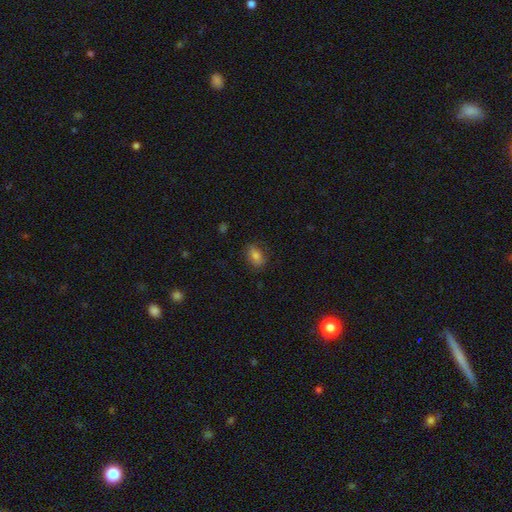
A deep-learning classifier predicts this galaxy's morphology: The model was most divided on "how rounded": in between: 79%, round: 19%, cigar-shaped: 2%. More confident: merging — none (79%); smooth or featured — smooth (78%).